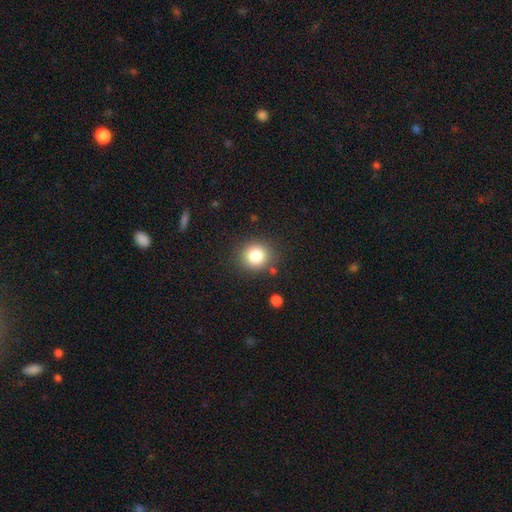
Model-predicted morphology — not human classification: A smooth galaxy with no disk features (82%) that is round (87%). Merging: none (86%).